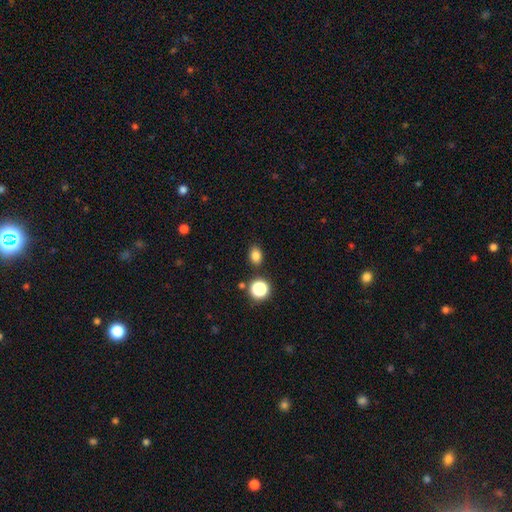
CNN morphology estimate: smooth-or-featured: smooth: 81% | star or artifact: 14% | featured or disk: 5%
  how-rounded: in between: 62% | round: 37% | cigar-shaped: 1%
  merging: none: 85% | minor disturbance: 9% | merger: 4% | major disturbance: 3%